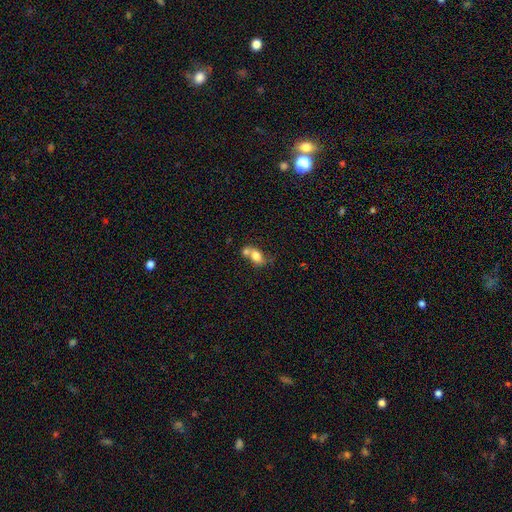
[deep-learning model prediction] The model was most divided on "merging": merger: 56%, none: 29%, minor disturbance: 10%, major disturbance: 5%. More confident: smooth or featured — smooth (75%); how rounded — in between (72%).